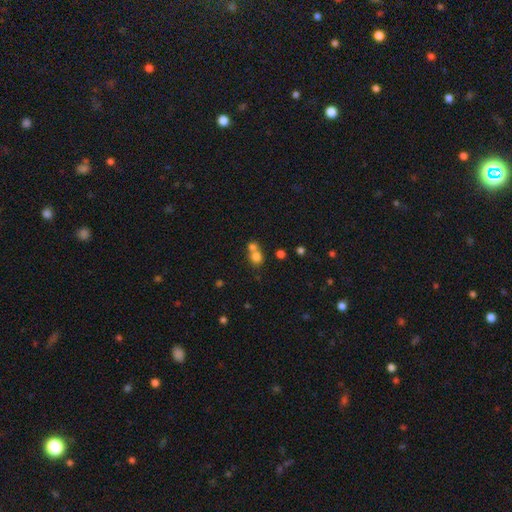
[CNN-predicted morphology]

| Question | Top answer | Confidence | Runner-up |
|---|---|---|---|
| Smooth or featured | smooth | 75% | star or artifact (13%) |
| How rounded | round | 81% | in between (18%) |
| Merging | merger | 55% | none (37%) |